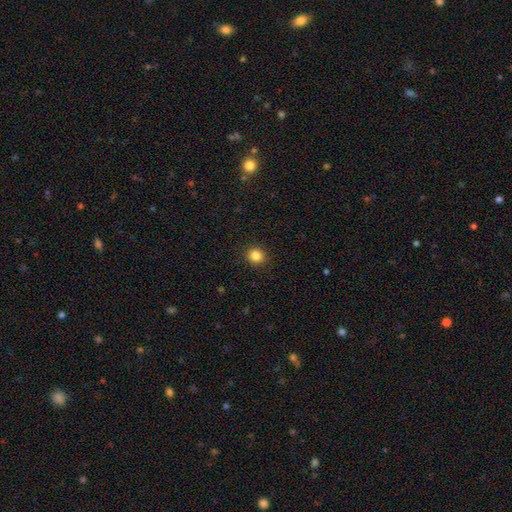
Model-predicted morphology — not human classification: smooth_or_featured: smooth (p=0.84) [alt: star or artifact p=0.11]
how_rounded: round (p=0.88) [alt: in between p=0.11]
merging: none (p=0.92) [alt: minor disturbance p=0.05]